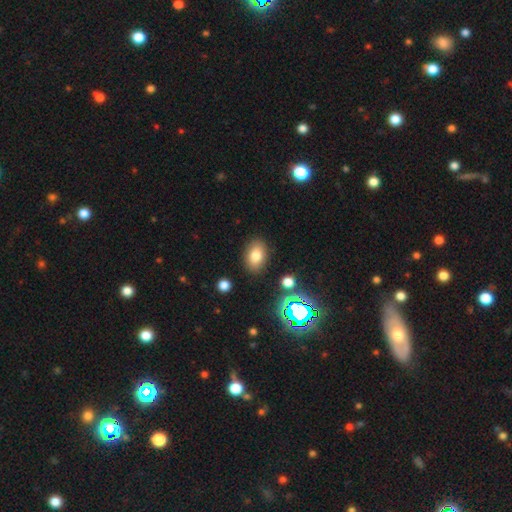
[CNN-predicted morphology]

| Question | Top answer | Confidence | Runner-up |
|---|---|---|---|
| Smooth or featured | smooth | 77% | star or artifact (13%) |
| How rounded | in between | 84% | round (15%) |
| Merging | none | 86% | minor disturbance (9%) |